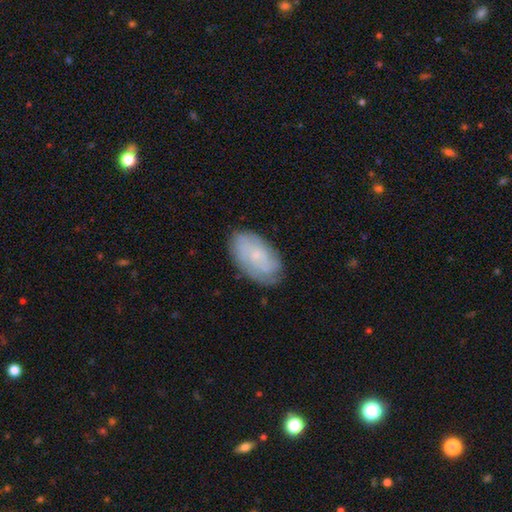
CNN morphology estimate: smooth_or_featured: featured or disk (p=0.57) [alt: smooth p=0.35]
disk_edge_on: no (p=0.95) [alt: yes p=0.05]
bar: no (p=0.78) [alt: weak p=0.19]
has_spiral_arms: yes (p=0.83) [alt: no p=0.17]
bulge_size: small (p=0.79) [alt: moderate p=0.14]
merging: none (p=0.75) [alt: minor disturbance p=0.19]